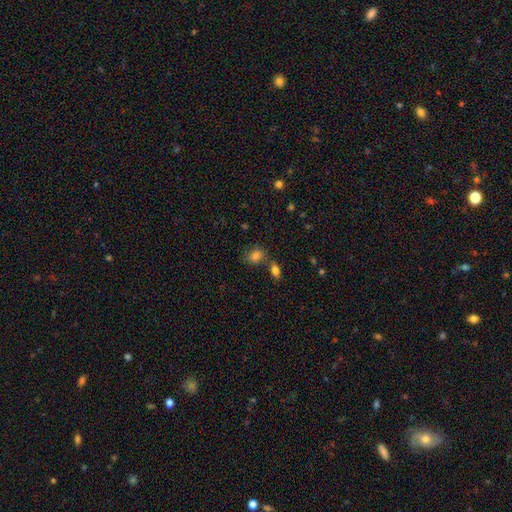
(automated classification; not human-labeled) Smooth or featured?
  - smooth: 82% *
  - star or artifact: 10%
  - featured or disk: 8%
How rounded?
  - in between: 65% *
  - round: 34%
  - cigar-shaped: 2%
Merging?
  - none: 60% *
  - merger: 20%
  - minor disturbance: 15%
  - major disturbance: 5%